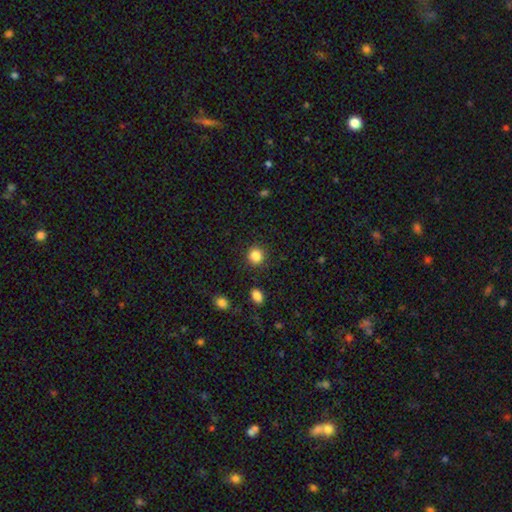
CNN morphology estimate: This is clearly a smooth galaxy (86%). How rounded: clearly round (90%). Merging: clearly none (90%).